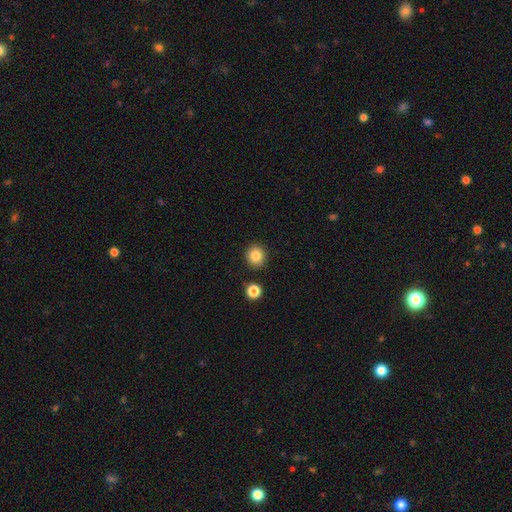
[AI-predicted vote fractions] smooth-or-featured: smooth: 84% | star or artifact: 10% | featured or disk: 5%
  how-rounded: round: 89% | in between: 10% | cigar-shaped: 1%
  merging: none: 89% | minor disturbance: 6% | merger: 3% | major disturbance: 2%